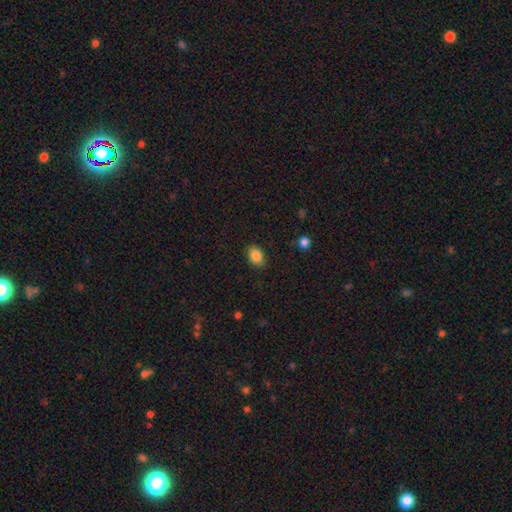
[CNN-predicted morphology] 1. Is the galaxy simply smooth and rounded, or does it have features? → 86% smooth, 8% star or artifact, 6% featured or disk.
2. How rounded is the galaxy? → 82% in between, 17% round, 1% cigar-shaped.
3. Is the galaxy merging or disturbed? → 86% none, 10% minor disturbance, 2% major disturbance, 1% merger.